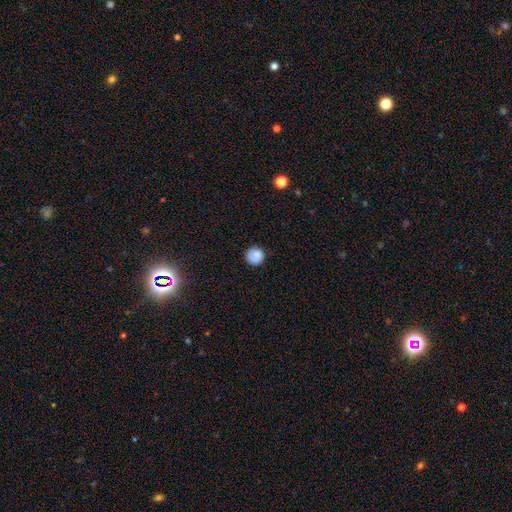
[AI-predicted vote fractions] smooth 78%, featured or disk 13%, star or artifact 9%. Down the decision tree: how rounded — round (92%); merging — none (80%).